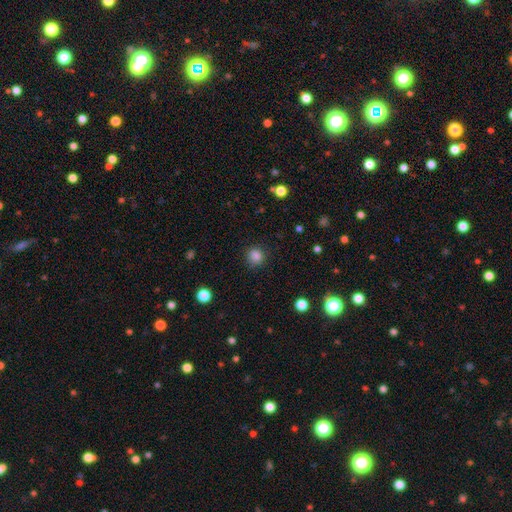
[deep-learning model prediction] smooth 84%, star or artifact 12%, featured or disk 4%. Down the decision tree: how rounded — round (88%); merging — none (88%).